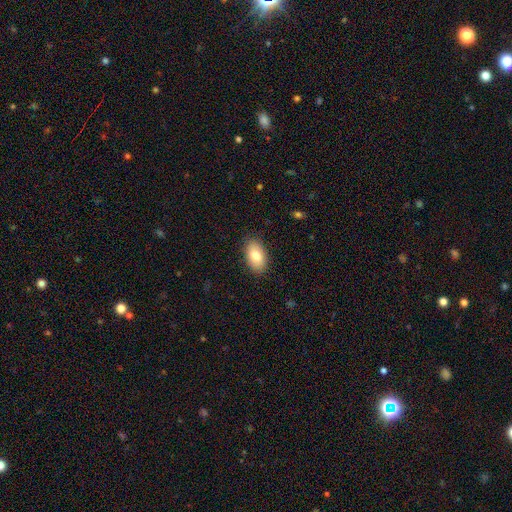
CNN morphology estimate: smooth 80%, featured or disk 14%, star or artifact 7%. Down the decision tree: how rounded — in between (93%); merging — none (87%).